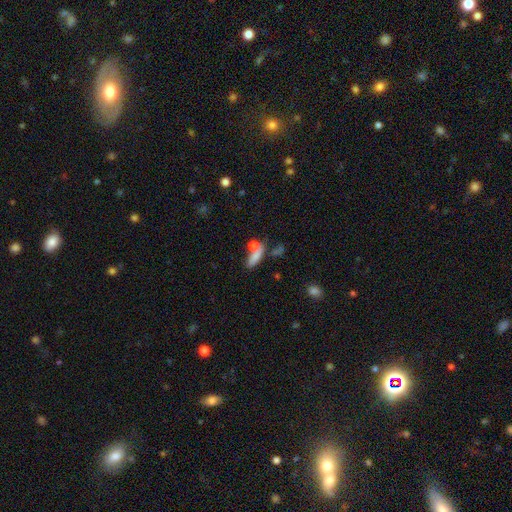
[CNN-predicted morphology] This is likely a smooth galaxy (73%). How rounded: possibly in between (54%). Merging: marginally none (42%).